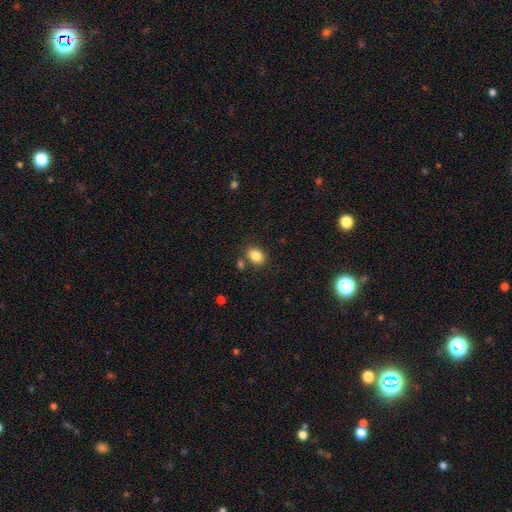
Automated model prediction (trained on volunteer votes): This appears to be a smooth galaxy with no disk features (85%) that is in between round and cigar-shaped (76%). Merging: none (77%).